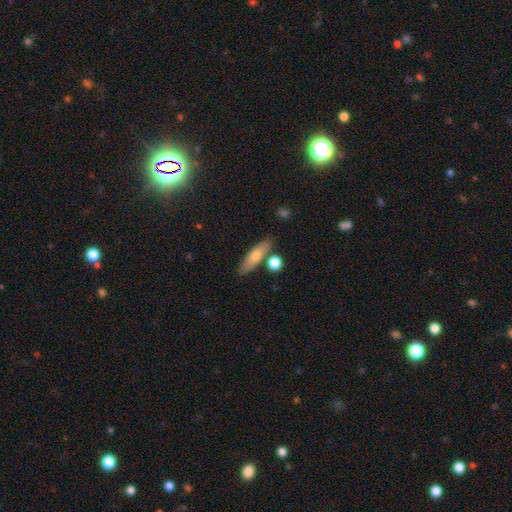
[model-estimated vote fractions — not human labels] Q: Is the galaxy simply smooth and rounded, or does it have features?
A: smooth — 67%.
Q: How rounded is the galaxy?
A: cigar-shaped — 56%.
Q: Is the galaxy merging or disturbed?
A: none — 75%.